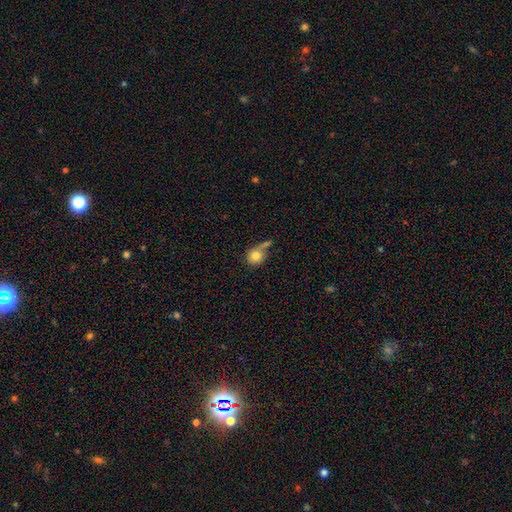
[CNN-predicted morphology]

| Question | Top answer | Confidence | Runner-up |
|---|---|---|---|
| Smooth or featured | smooth | 80% | featured or disk (12%) |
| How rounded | round | 82% | in between (16%) |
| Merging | none | 42% | merger (26%) |